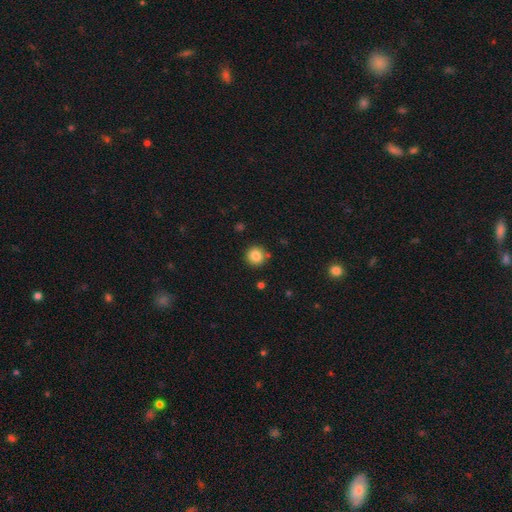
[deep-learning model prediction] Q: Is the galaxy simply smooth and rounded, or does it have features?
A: smooth — 84%.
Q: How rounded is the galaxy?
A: round — 93%.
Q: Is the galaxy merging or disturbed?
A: none — 86%.